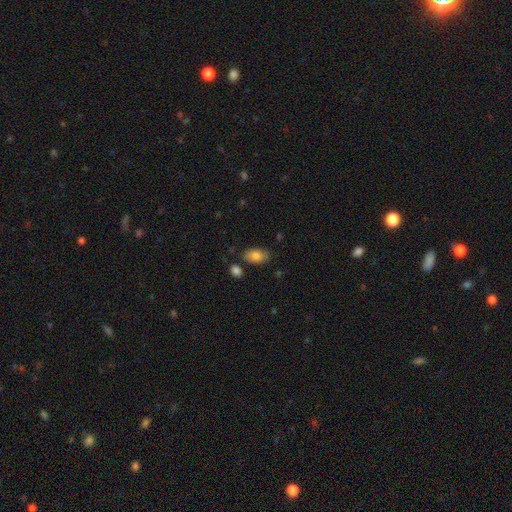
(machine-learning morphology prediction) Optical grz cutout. It shows a smooth galaxy with no disk features (83%) that is in between round and cigar-shaped (91%). Merging: none (77%).